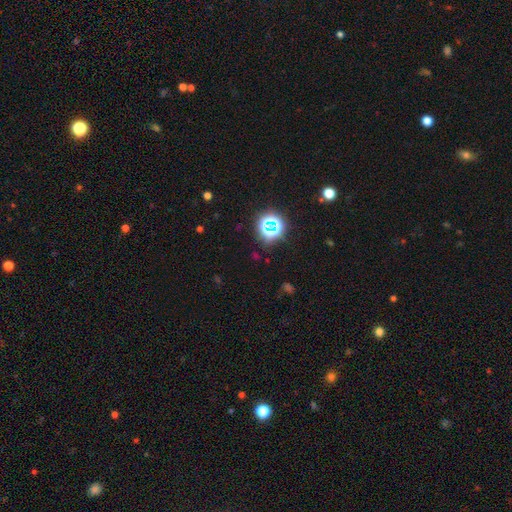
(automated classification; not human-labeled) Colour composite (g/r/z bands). It shows a star or artifact, not a galaxy (67%).